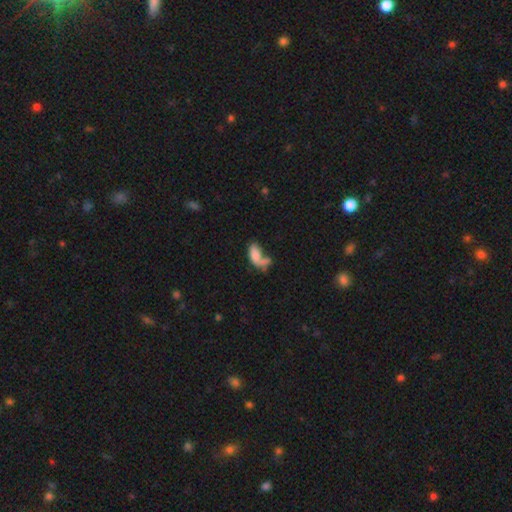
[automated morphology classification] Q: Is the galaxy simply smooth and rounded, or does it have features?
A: smooth — 71%.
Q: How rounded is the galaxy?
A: in between — 88%.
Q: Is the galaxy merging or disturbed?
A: merger — 34%.